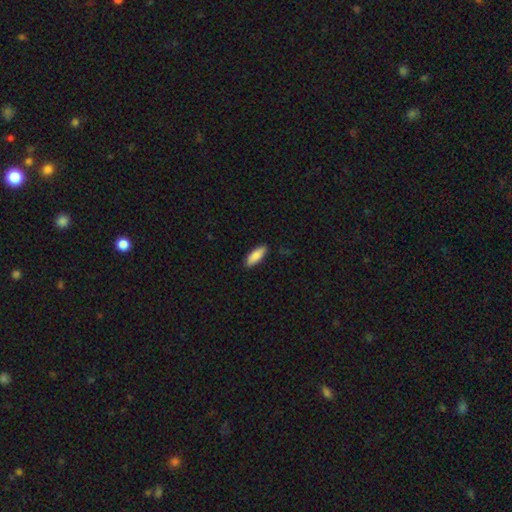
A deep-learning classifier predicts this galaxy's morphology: smooth-or-featured: smooth: 87% | featured or disk: 7% | star or artifact: 6%
  how-rounded: in between: 65% | cigar-shaped: 33% | round: 2%
  merging: none: 87% | minor disturbance: 10% | major disturbance: 2% | merger: 1%